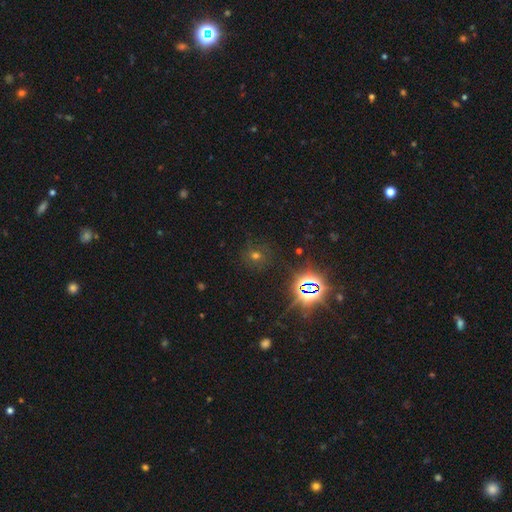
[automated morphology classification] Q: Smooth or featured?
A: star or artifact (50%); runner-up: smooth (39%)